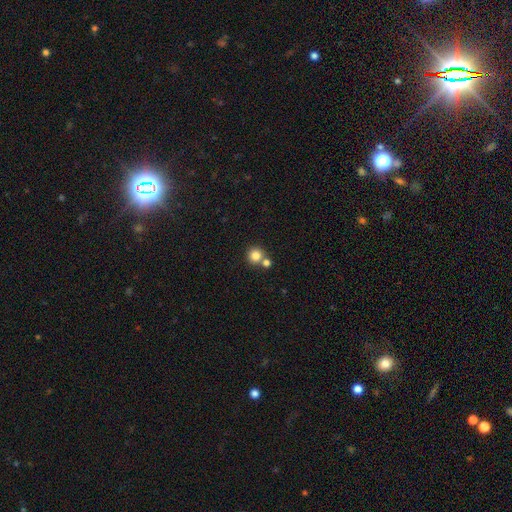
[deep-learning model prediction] smooth-or-featured: smooth: 82% | star or artifact: 11% | featured or disk: 6%
  how-rounded: round: 93% | in between: 6% | cigar-shaped: 1%
  merging: none: 64% | merger: 27% | minor disturbance: 7% | major disturbance: 2%